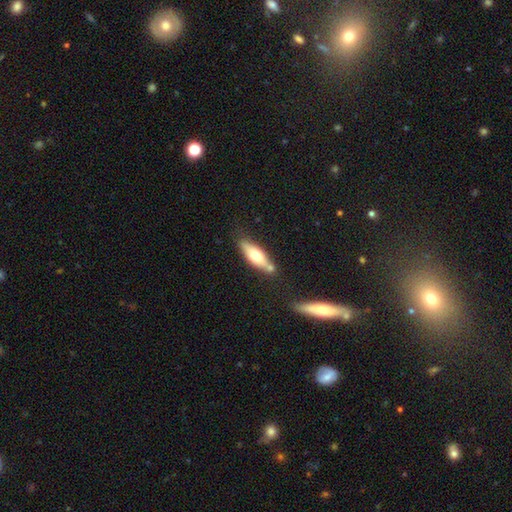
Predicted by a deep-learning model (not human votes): Morphology: type=smooth (59%); roundness=in between (50%); merging=none (62%).